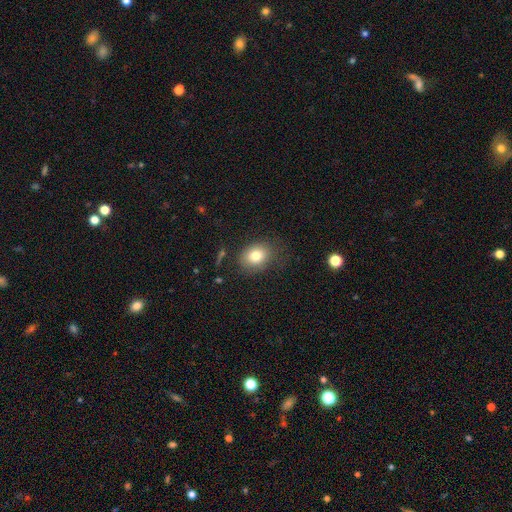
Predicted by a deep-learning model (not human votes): smooth_or_featured: smooth (p=0.79) [alt: featured or disk p=0.10]
how_rounded: in between (p=0.55) [alt: round p=0.44]
merging: none (p=0.76) [alt: minor disturbance p=0.16]